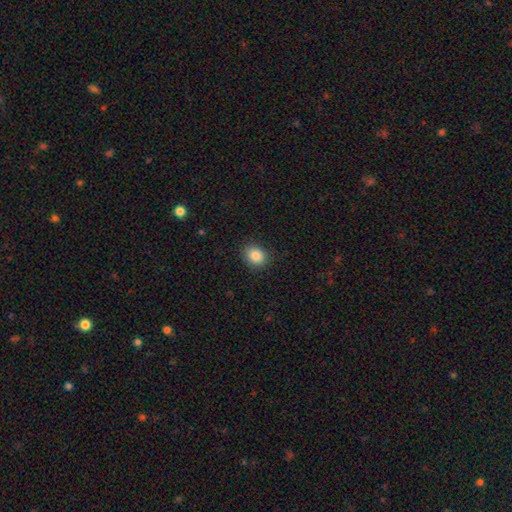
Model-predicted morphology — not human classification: A smooth galaxy with no disk features (86%) that is round (64%). Merging: none (88%).